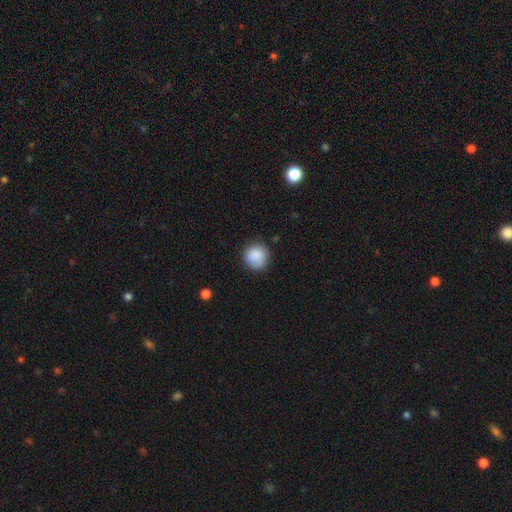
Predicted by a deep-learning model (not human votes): Overall: smooth (88%). How rounded: round (91%). Merging: none (81%).